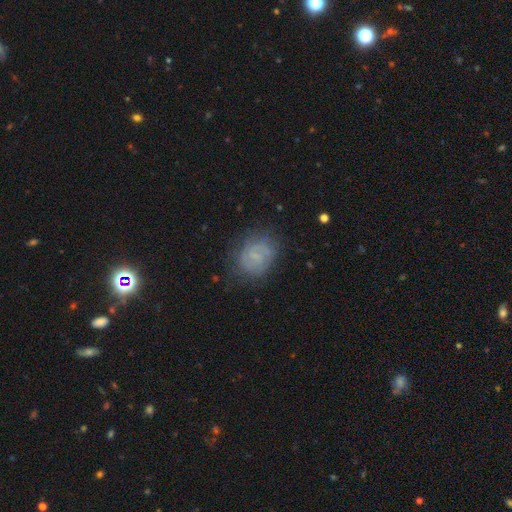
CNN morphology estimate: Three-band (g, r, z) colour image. It shows a smooth galaxy with no disk features (44%). Merging: none (72%).